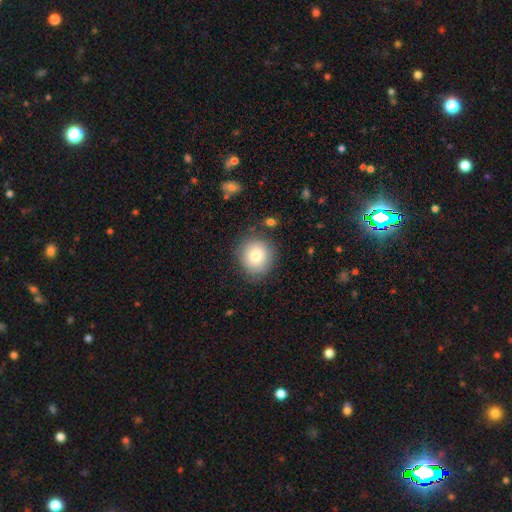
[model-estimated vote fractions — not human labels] Overall: smooth (78%). How rounded: round (86%). Merging: none (81%).